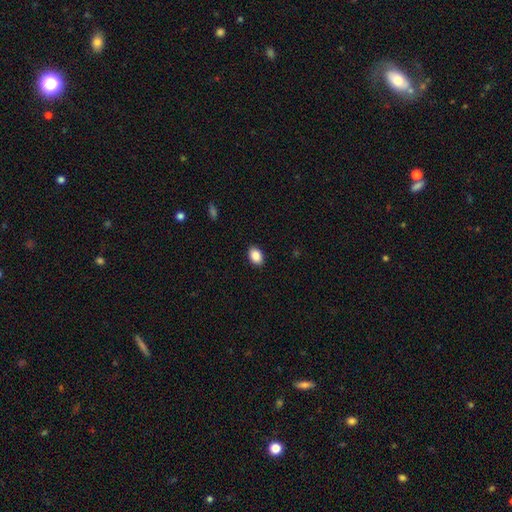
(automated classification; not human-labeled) This is clearly a smooth galaxy (89%). How rounded: clearly in between (85%). Merging: clearly none (89%).